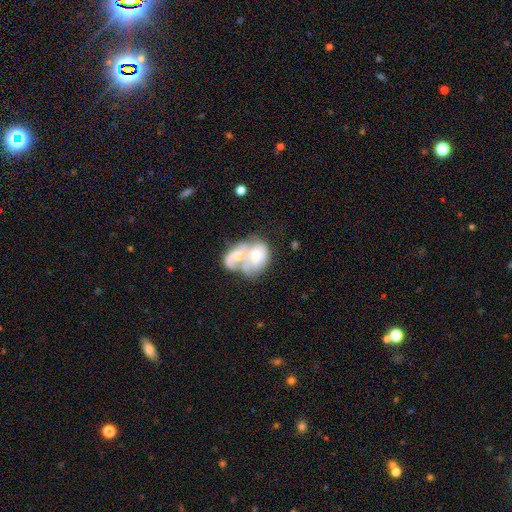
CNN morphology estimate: This is possibly a featured or disk galaxy (49%). Merging: likely merger (78%).